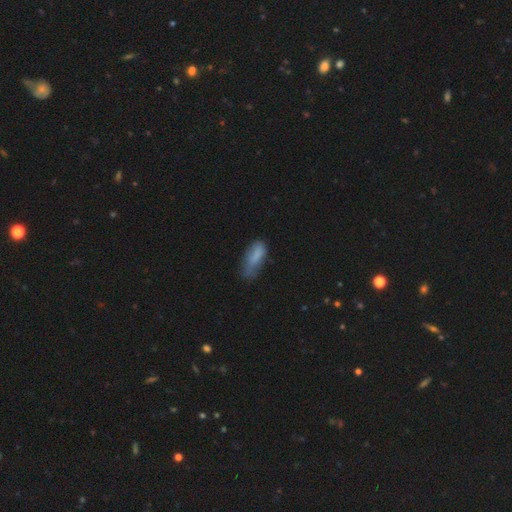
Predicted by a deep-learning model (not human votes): Morphology: type=smooth (75%); roundness=in between (75%); merging=minor disturbance (38%).